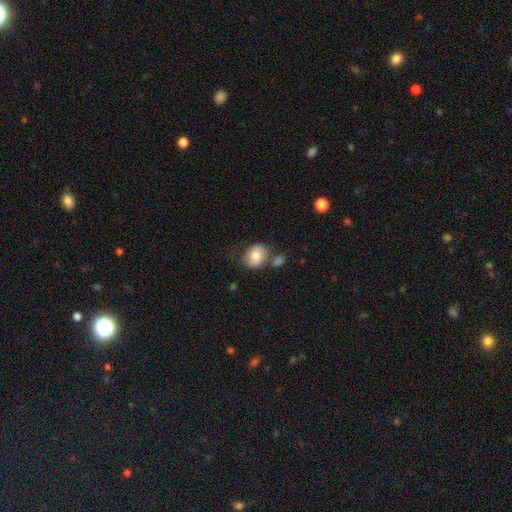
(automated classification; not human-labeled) Overall: smooth (73%). How rounded: round (50%; in between 49%). Merging: none (56%; merger 19%).